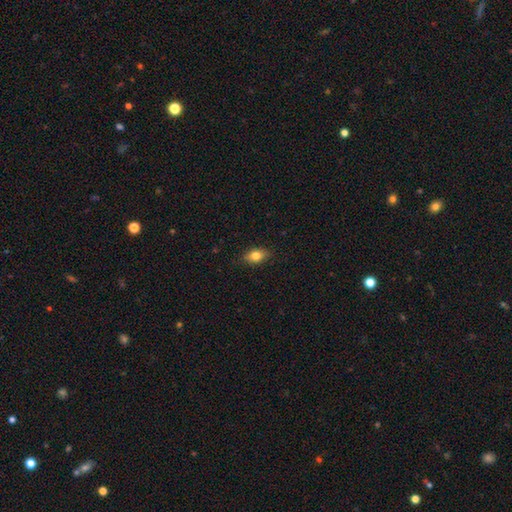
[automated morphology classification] A smooth galaxy with no disk features (78%) that is in between round and cigar-shaped (81%).

Vote fractions:
- Smooth or featured? smooth: 78% / featured or disk: 14% / star or artifact: 9%
- How rounded? in between: 81% / round: 15% / cigar-shaped: 4%
- Merging? none: 86% / minor disturbance: 11% / major disturbance: 2% / merger: 1%